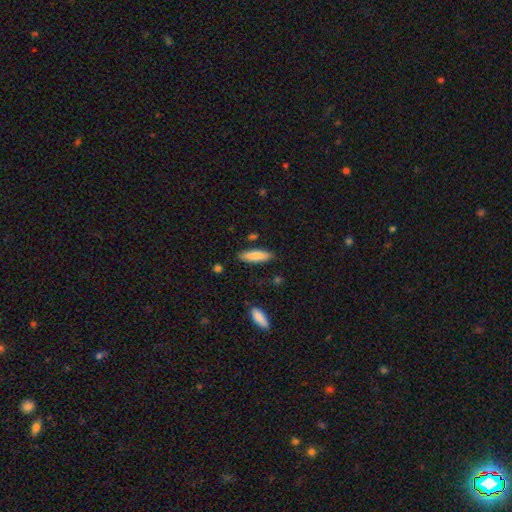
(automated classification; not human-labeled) This appears to be a smooth galaxy with no disk features (84%) that is cigar-shaped (56%). Merging: none (85%).